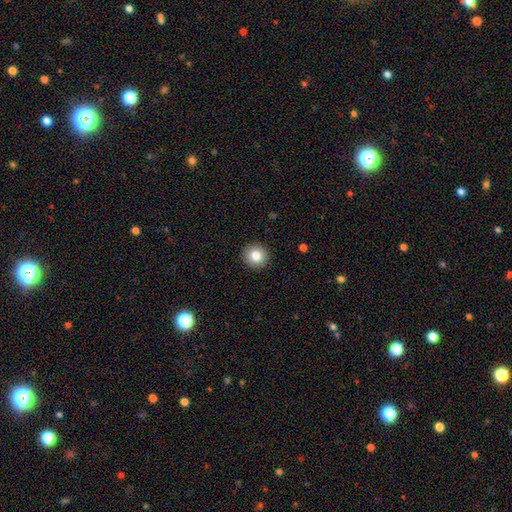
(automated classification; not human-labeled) Smooth or featured? smooth (82%)
How rounded? round (92%)
Merging? none (92%)